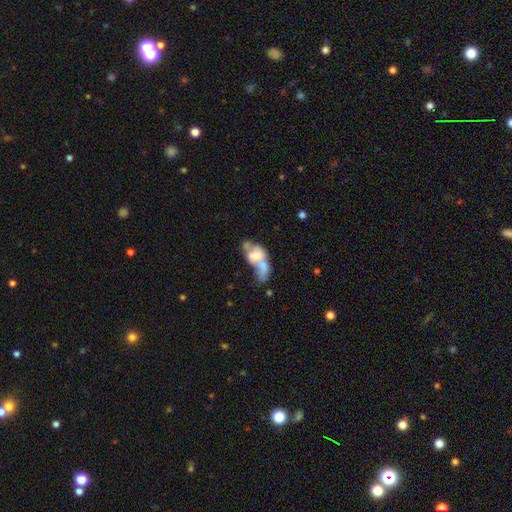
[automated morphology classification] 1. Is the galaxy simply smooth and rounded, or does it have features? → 46% smooth, 45% featured or disk, 9% star or artifact.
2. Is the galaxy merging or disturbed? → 68% merger, 13% major disturbance, 11% none, 8% minor disturbance.